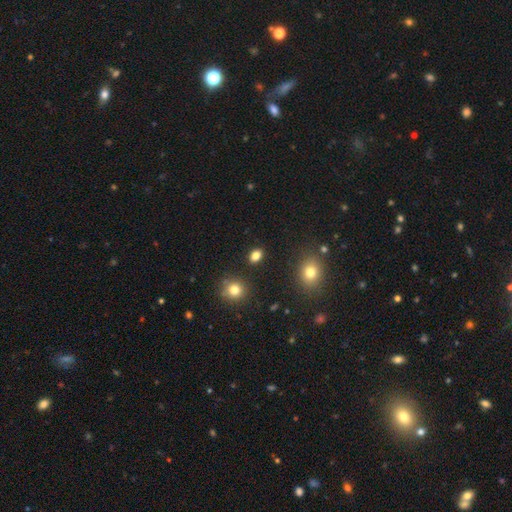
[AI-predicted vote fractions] smooth_or_featured: smooth (p=0.83) [alt: star or artifact p=0.12]
how_rounded: in between (p=0.67) [alt: round p=0.31]
merging: none (p=0.88) [alt: minor disturbance p=0.07]